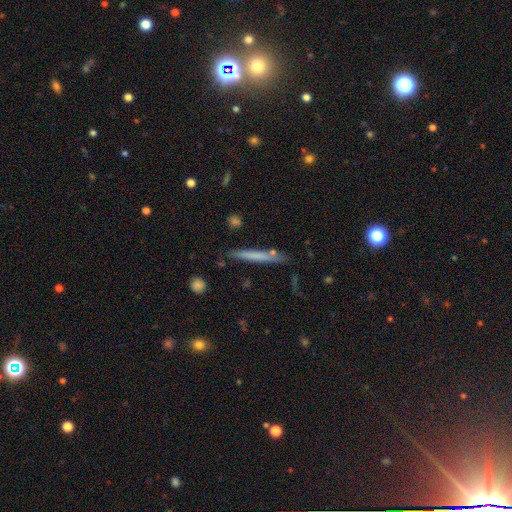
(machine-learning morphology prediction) smooth-or-featured: smooth: 63% | featured or disk: 31% | star or artifact: 7%
  how-rounded: cigar-shaped: 96% | in between: 3% | round: 1%
  merging: none: 83% | minor disturbance: 11% | merger: 3% | major disturbance: 2%